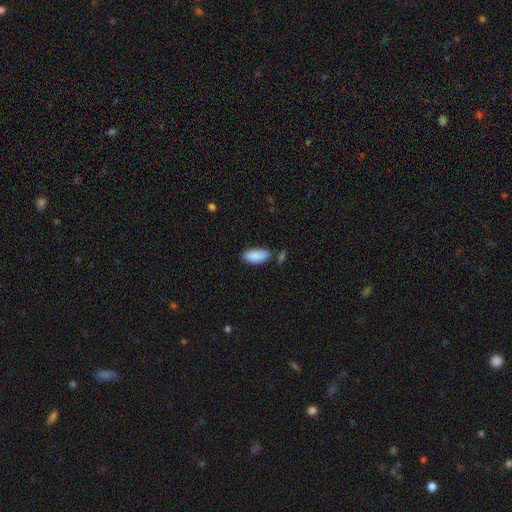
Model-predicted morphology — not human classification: This appears to be a smooth galaxy with no disk features (90%) that is in between round and cigar-shaped (92%). Merging: none (72%).